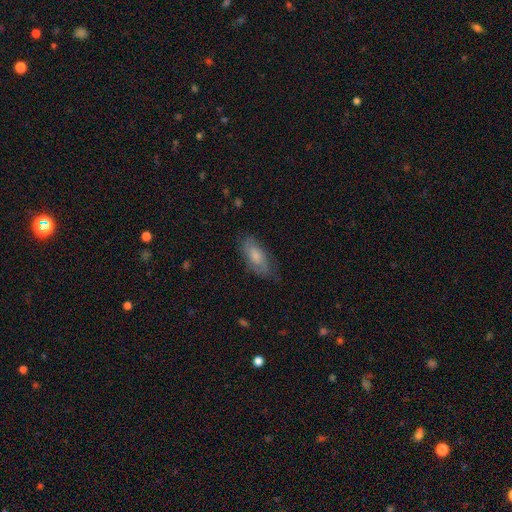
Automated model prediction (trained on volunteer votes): The model was most divided on "smooth or featured": smooth: 59%, featured or disk: 34%, star or artifact: 7%. More confident: how rounded — in between (83%); merging — none (67%).